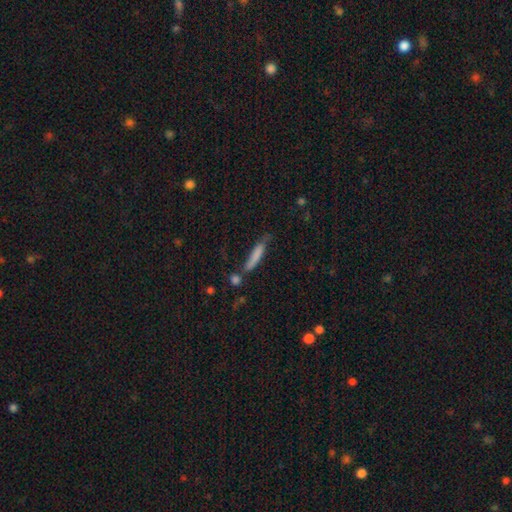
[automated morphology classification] smooth_or_featured: smooth (p=0.74) [alt: featured or disk p=0.19]
how_rounded: cigar-shaped (p=0.84) [alt: in between p=0.14]
merging: none (p=0.49) [alt: minor disturbance p=0.27]